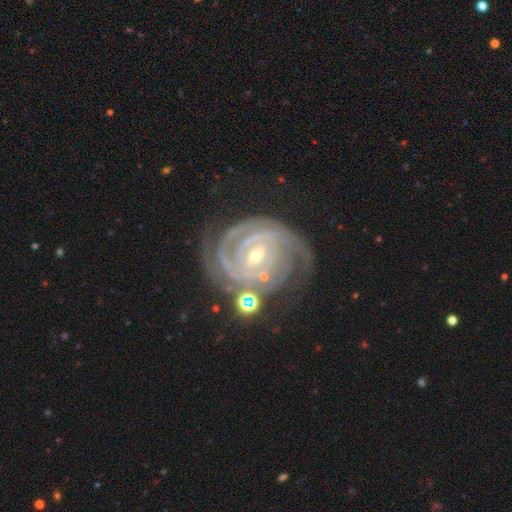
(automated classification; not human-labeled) Smooth or featured? Predicted: featured or disk (p=0.92). Edge-on disk? Predicted: no (p=0.97). Bar? Predicted: weak (p=0.40). Spiral arms? Predicted: yes (p=0.99). Spiral winding? Predicted: tight (p=0.84). Spiral arm count? Predicted: 2 (p=0.44). Bulge size? Predicted: small (p=0.68). Merging? Predicted: none (p=0.67).